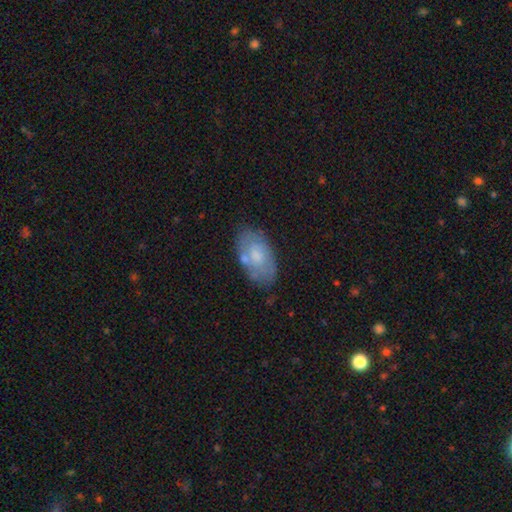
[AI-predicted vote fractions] Smooth or featured?
  - smooth: 52% *
  - featured or disk: 42%
  - star or artifact: 6%
How rounded?
  - in between: 93% *
  - round: 5%
  - cigar-shaped: 2%
Merging?
  - none: 67% *
  - minor disturbance: 21%
  - major disturbance: 6%
  - merger: 6%